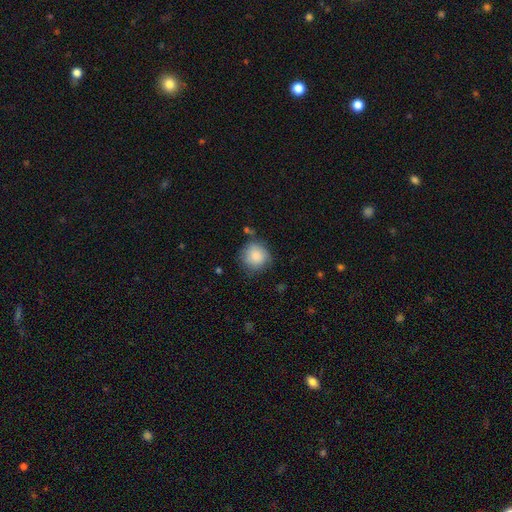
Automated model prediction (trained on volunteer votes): This is clearly a smooth galaxy (86%). How rounded: clearly round (90%). Merging: likely none (72%).